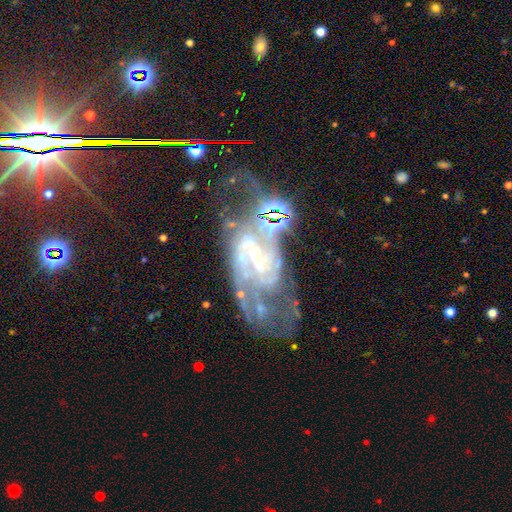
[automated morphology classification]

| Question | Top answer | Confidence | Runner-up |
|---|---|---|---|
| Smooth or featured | featured or disk | 85% | star or artifact (10%) |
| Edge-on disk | no | 95% | yes (5%) |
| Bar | weak | 45% | no (28%) |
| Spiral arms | yes | 91% | no (9%) |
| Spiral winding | medium | 47% | tight (31%) |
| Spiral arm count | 2 | 51% | can't tell (24%) |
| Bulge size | small | 60% | moderate (23%) |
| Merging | none | 40% | major disturbance (28%) |